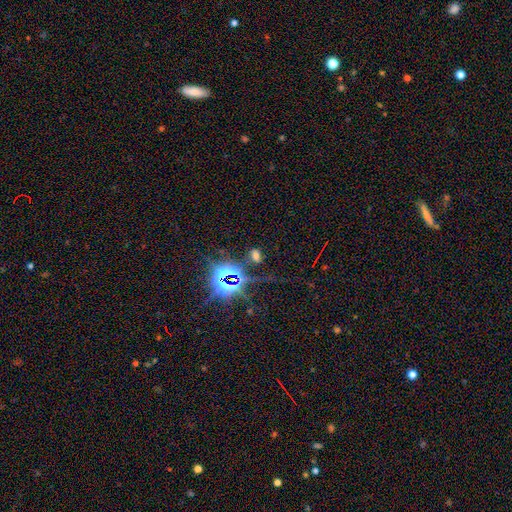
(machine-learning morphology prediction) Smooth or featured?
  - star or artifact: 55% *
  - smooth: 35%
  - featured or disk: 10%